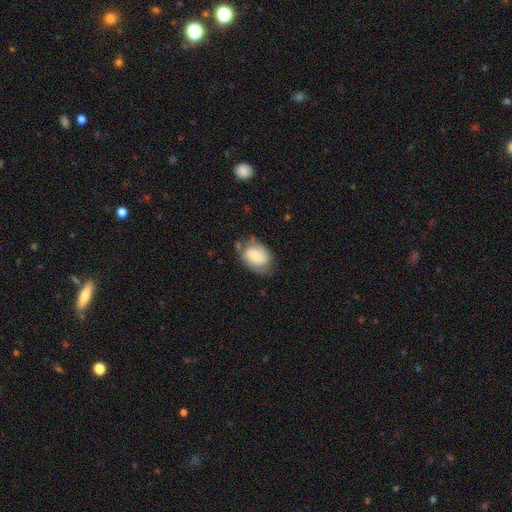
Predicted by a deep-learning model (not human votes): This is likely a smooth galaxy (66%). How rounded: likely in between (77%). Merging: possibly none (56%).